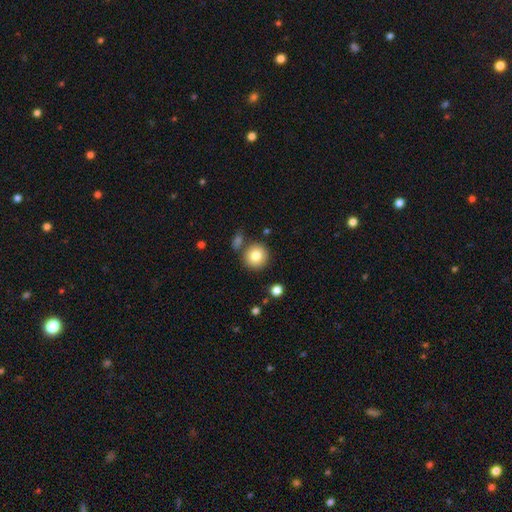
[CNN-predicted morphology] Smooth or featured? Predicted: smooth (p=0.81). How rounded? Predicted: round (p=0.93). Merging? Predicted: none (p=0.80).